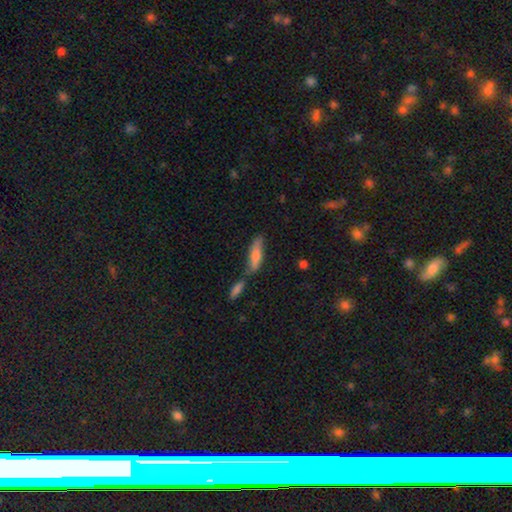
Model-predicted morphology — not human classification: A smooth galaxy with no disk features (65%) that is cigar-shaped (65%).

Vote fractions:
- Smooth or featured? smooth: 65% / featured or disk: 29% / star or artifact: 7%
- How rounded? cigar-shaped: 65% / in between: 33% / round: 2%
- Merging? none: 50% / merger: 27% / minor disturbance: 17% / major disturbance: 6%